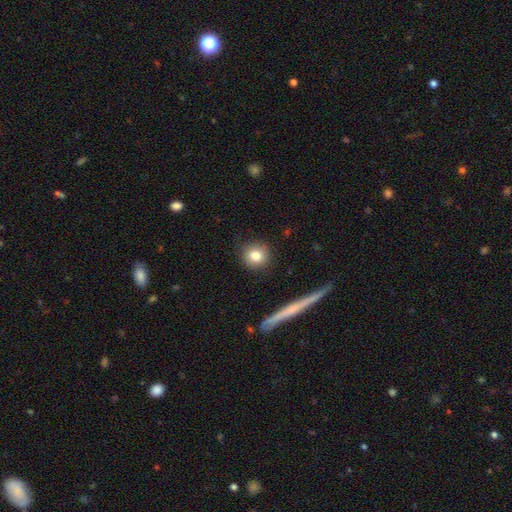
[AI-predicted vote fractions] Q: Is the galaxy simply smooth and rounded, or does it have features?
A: smooth — 82%.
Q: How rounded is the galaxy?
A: round — 89%.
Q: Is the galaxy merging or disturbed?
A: none — 89%.